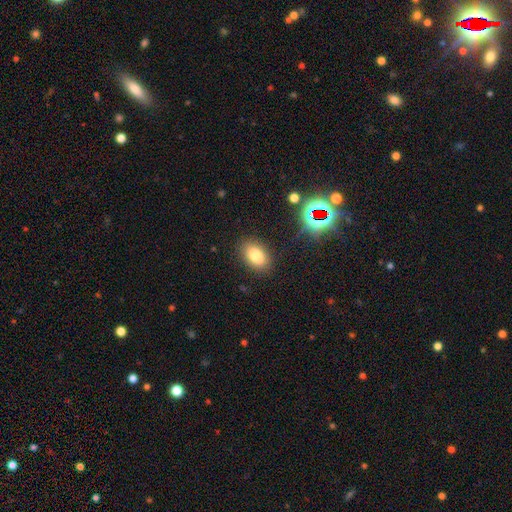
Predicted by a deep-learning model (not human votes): Smooth or featured?
  - smooth: 80% *
  - star or artifact: 12%
  - featured or disk: 9%
How rounded?
  - in between: 85% *
  - round: 14%
  - cigar-shaped: 1%
Merging?
  - none: 86% *
  - minor disturbance: 9%
  - major disturbance: 3%
  - merger: 2%